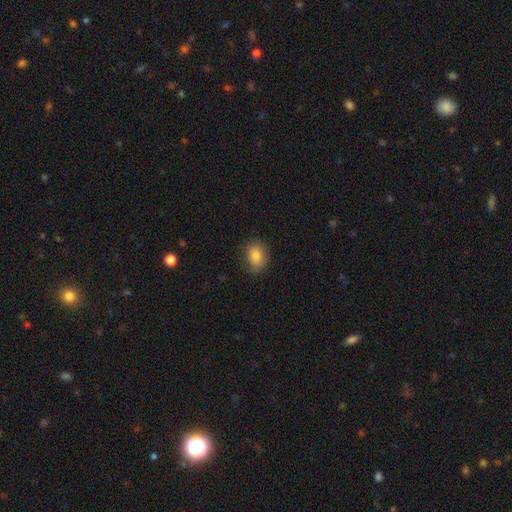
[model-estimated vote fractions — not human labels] Smooth or featured? Predicted: smooth (p=0.83). How rounded? Predicted: in between (p=0.73). Merging? Predicted: none (p=0.77).